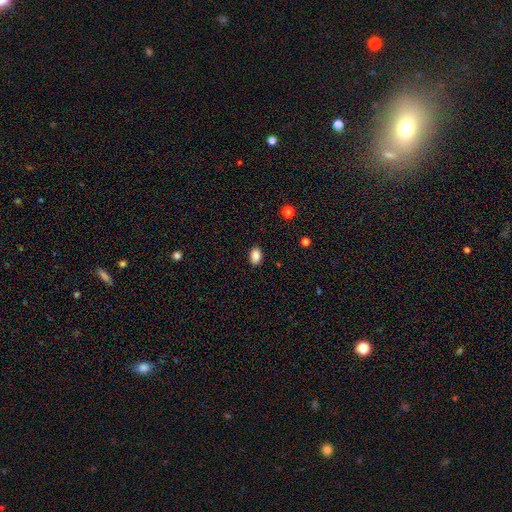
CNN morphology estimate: This appears to be a smooth galaxy with no disk features (87%) that is in between round and cigar-shaped (87%). Merging: none (88%).